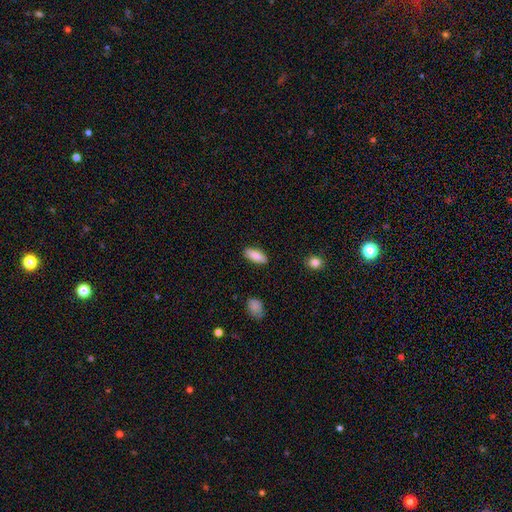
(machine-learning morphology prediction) This appears to be a smooth galaxy with no disk features (86%) that is in between round and cigar-shaped (77%). Merging: none (88%).